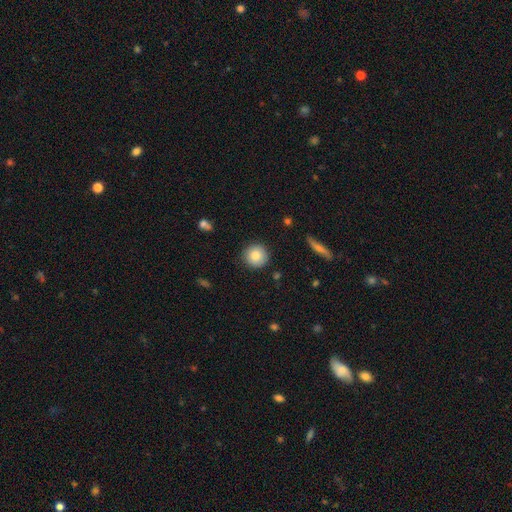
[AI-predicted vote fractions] Smooth or featured?
  - smooth: 84% *
  - featured or disk: 8%
  - star or artifact: 8%
How rounded?
  - round: 93% *
  - in between: 5%
  - cigar-shaped: 1%
Merging?
  - none: 89% *
  - minor disturbance: 8%
  - major disturbance: 2%
  - merger: 1%